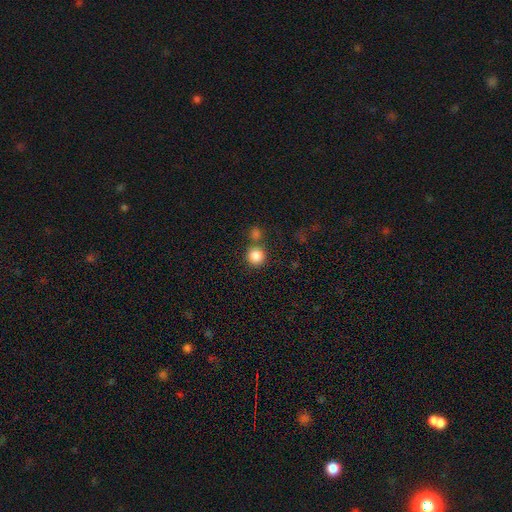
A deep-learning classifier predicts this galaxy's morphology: Q: Smooth or featured?
A: smooth (85%); runner-up: star or artifact (10%)
Q: How rounded?
A: round (93%); runner-up: in between (6%)
Q: Merging?
A: none (70%); runner-up: merger (19%)